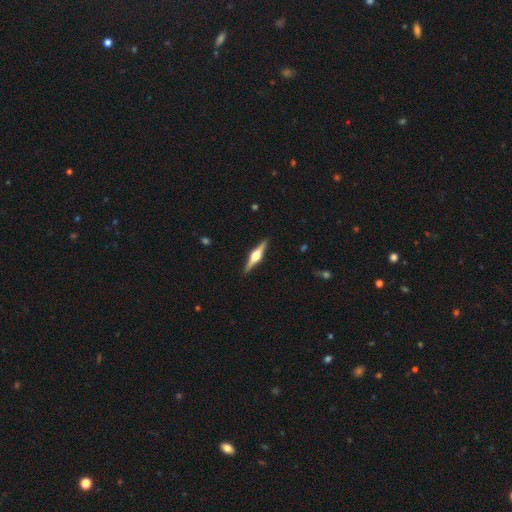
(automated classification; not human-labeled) Smooth or featured?
  - featured or disk: 78% *
  - smooth: 17%
  - star or artifact: 5%
Edge-on disk?
  - yes: 98% *
  - no: 2%
Edge-on bulge?
  - rounded: 95% *
  - boxy: 4%
  - none: 1%
Merging?
  - none: 91% *
  - minor disturbance: 6%
  - major disturbance: 1%
  - merger: 1%